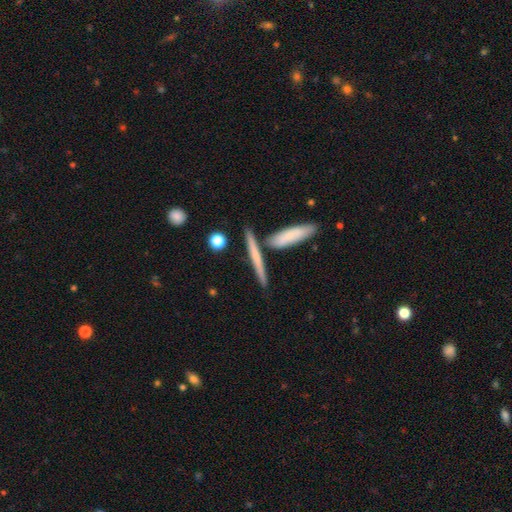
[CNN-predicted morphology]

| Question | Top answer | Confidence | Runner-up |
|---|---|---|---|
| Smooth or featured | smooth | 48% | featured or disk (45%) |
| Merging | none | 74% | merger (14%) |